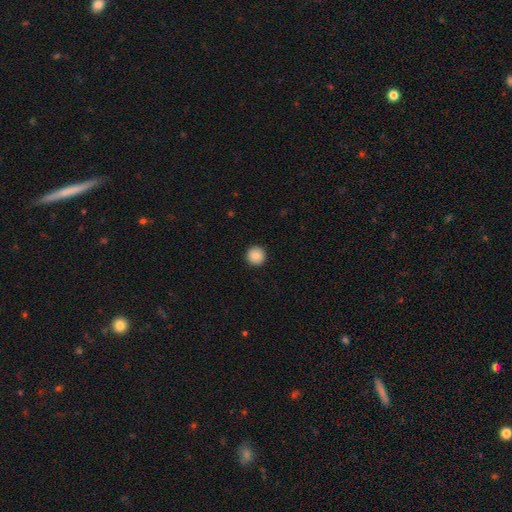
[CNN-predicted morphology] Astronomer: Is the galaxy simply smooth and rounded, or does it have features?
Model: smooth — 89%.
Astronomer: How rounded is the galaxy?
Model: round — 96%.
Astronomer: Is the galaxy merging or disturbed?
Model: none — 93%.